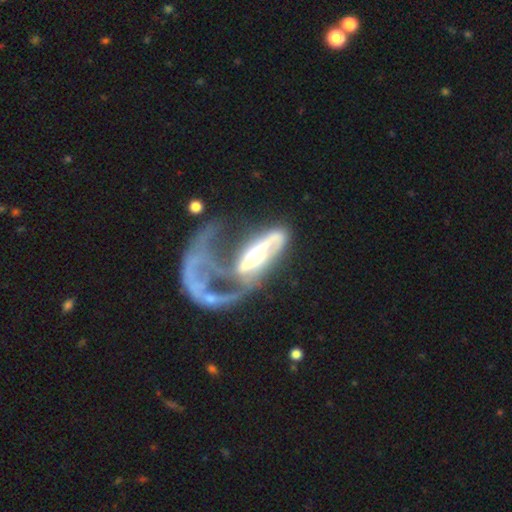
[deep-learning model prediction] featured or disk 67%, smooth 26%, star or artifact 7%. Down the decision tree: edge-on disk — no (70%); merging — major disturbance (47%).